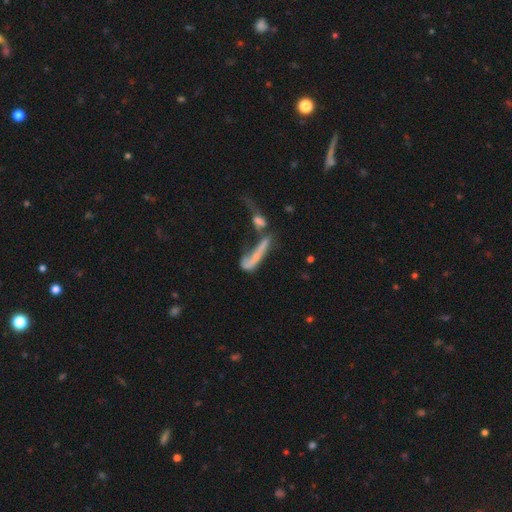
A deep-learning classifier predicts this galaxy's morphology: Smooth or featured? Predicted: featured or disk (p=0.44). Merging? Predicted: merger (p=0.50).